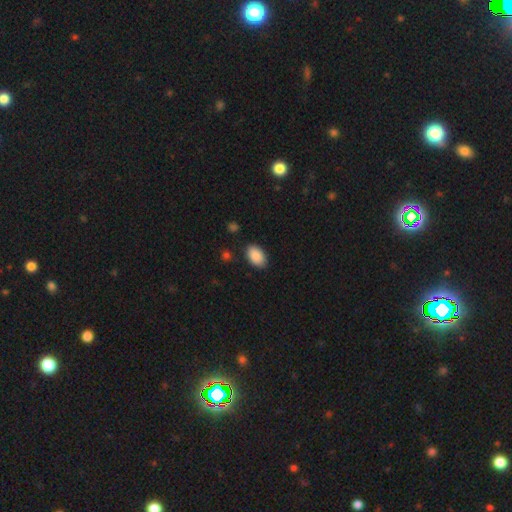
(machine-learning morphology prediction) Smooth or featured? smooth (89%)
How rounded? in between (92%)
Merging? none (85%)